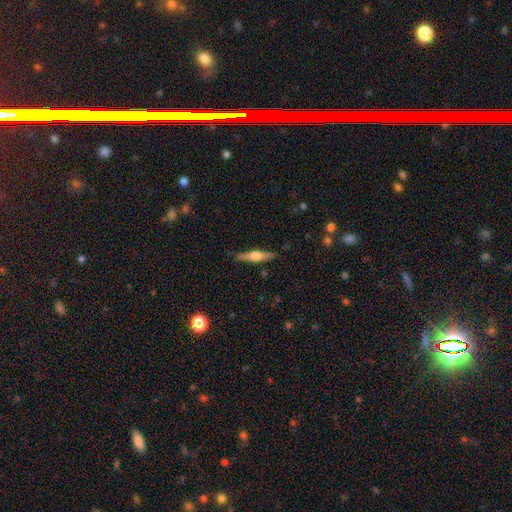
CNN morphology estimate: smooth-or-featured: featured or disk: 63% | smooth: 31% | star or artifact: 6%
  disk-edge-on: yes: 97% | no: 3%
    edge-on-bulge: rounded: 89% | boxy: 8% | none: 3%
  merging: none: 88% | minor disturbance: 9% | major disturbance: 2% | merger: 1%